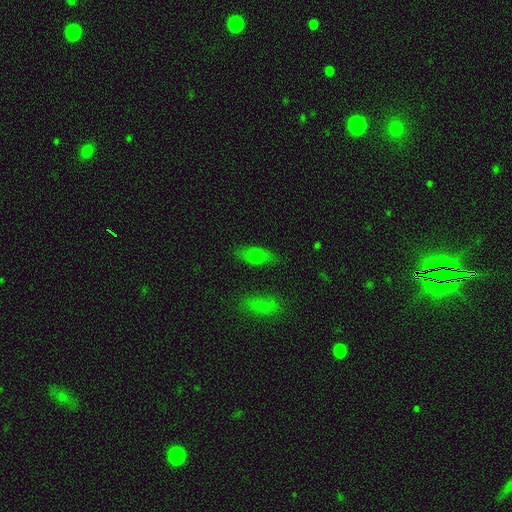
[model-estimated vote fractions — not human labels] This appears to be a smooth galaxy with no disk features (63%) that is in between round and cigar-shaped (72%). Merging: none (83%).